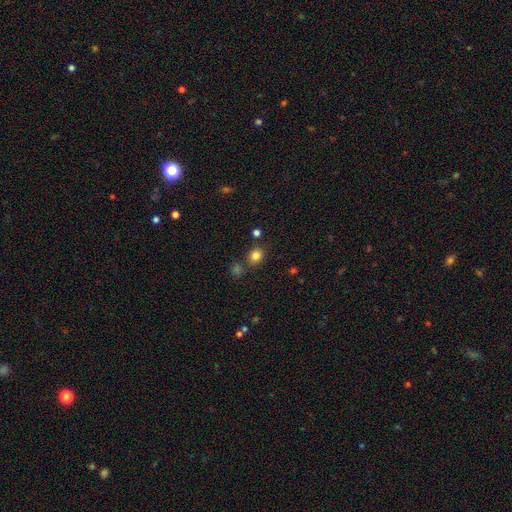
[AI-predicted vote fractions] Smooth or featured? Predicted: smooth (p=0.81). How rounded? Predicted: round (p=0.69). Merging? Predicted: none (p=0.78).